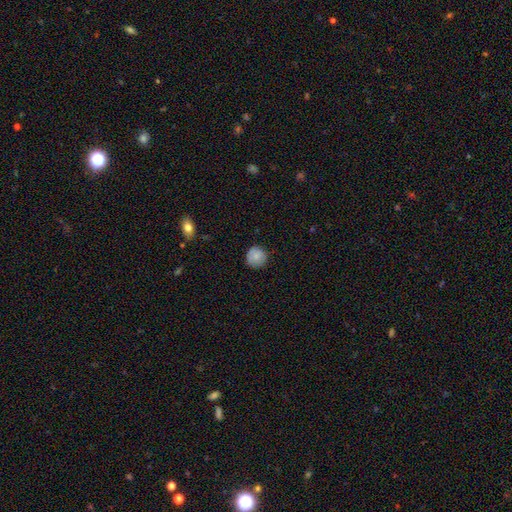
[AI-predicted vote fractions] smooth_or_featured: smooth (p=0.83) [alt: featured or disk p=0.09]
how_rounded: round (p=0.93) [alt: in between p=0.06]
merging: none (p=0.82) [alt: minor disturbance p=0.14]